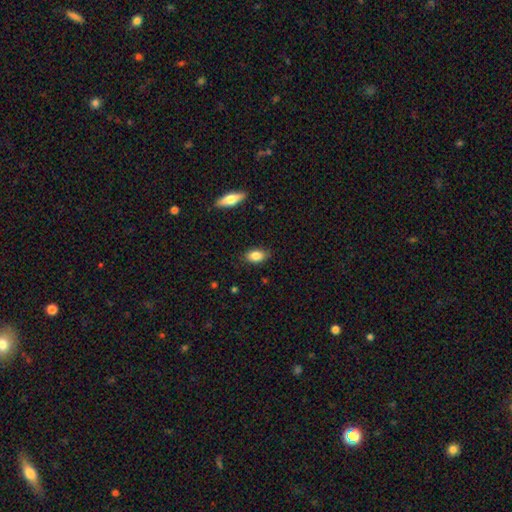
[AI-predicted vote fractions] Smooth or featured?
  - smooth: 84% *
  - featured or disk: 8%
  - star or artifact: 7%
How rounded?
  - in between: 88% *
  - round: 9%
  - cigar-shaped: 3%
Merging?
  - none: 84% *
  - minor disturbance: 12%
  - major disturbance: 2%
  - merger: 1%